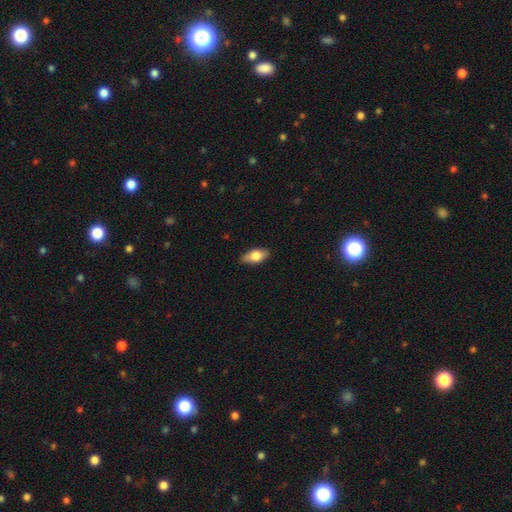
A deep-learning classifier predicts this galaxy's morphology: Smooth or featured? smooth (74%)
How rounded? in between (87%)
Merging? none (86%)